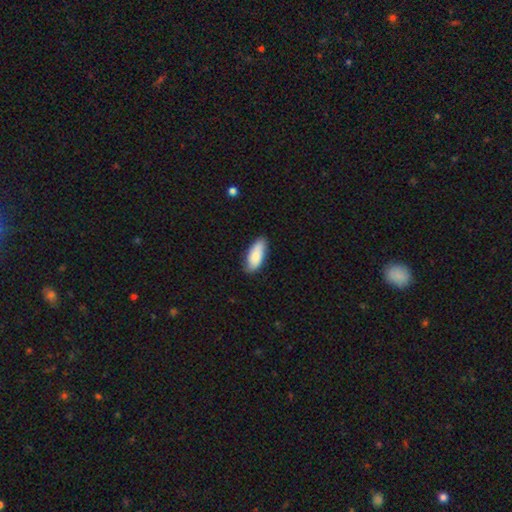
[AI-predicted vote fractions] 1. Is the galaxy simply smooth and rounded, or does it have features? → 81% smooth, 13% featured or disk, 6% star or artifact.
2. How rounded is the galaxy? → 81% in between, 17% cigar-shaped, 2% round.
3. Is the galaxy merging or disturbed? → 82% none, 15% minor disturbance, 2% major disturbance, 1% merger.